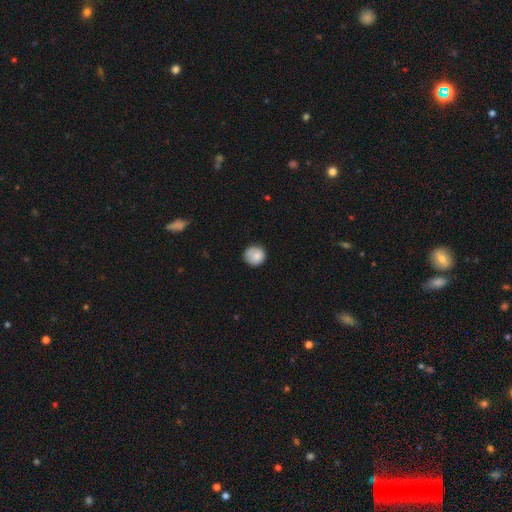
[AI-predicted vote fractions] Smooth or featured? Predicted: smooth (p=0.83). How rounded? Predicted: round (p=0.90). Merging? Predicted: none (p=0.77).